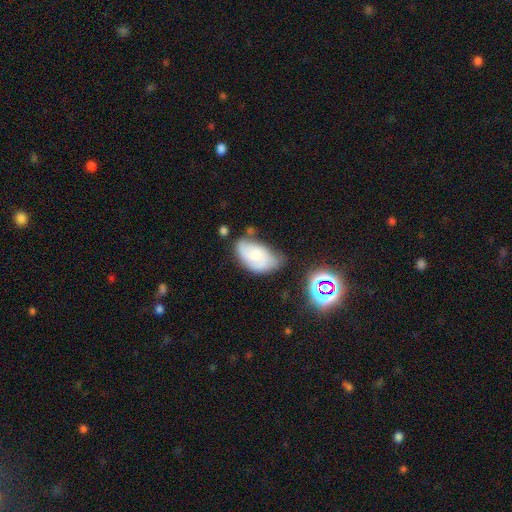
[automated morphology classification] Overall: smooth (48%; featured or disk 42%). Merging: none (41%; minor disturbance 37%).